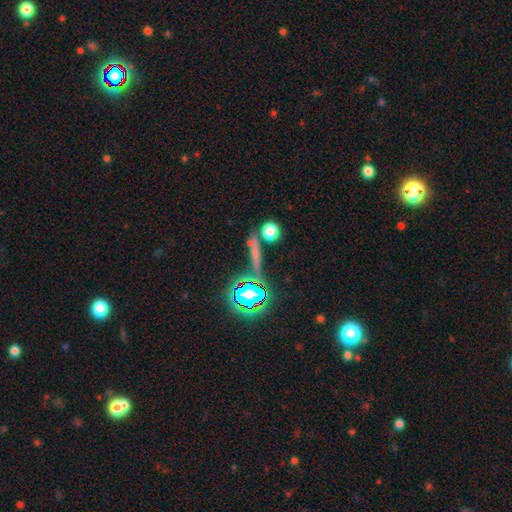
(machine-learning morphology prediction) smooth-or-featured: smooth: 47% | star or artifact: 34% | featured or disk: 19%
  merging: none: 70% | merger: 13% | minor disturbance: 11% | major disturbance: 6%